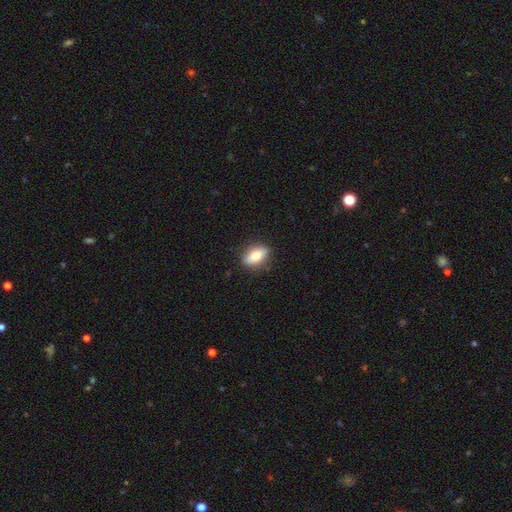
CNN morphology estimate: smooth 70%, featured or disk 23%, star or artifact 7%. Down the decision tree: how rounded — in between (80%); merging — none (87%).